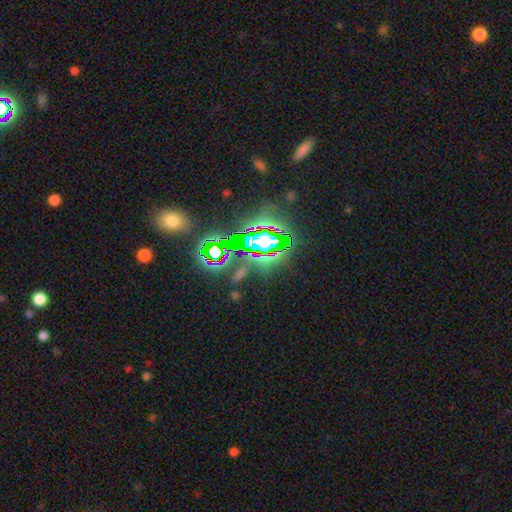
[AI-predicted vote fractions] This is likely a star or artifact rather than a galaxy (76%).